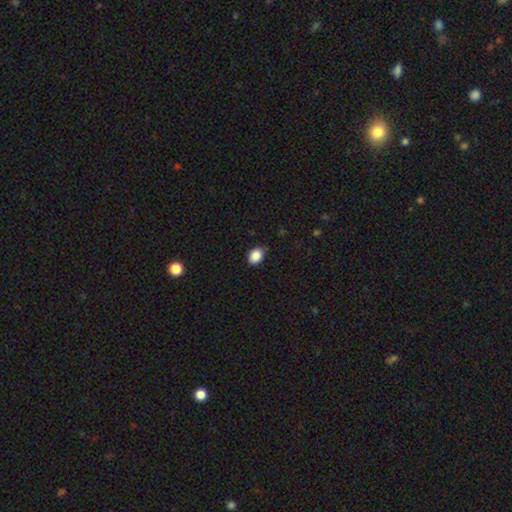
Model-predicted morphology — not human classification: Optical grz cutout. It shows a smooth galaxy with no disk features (88%) that is in between round and cigar-shaped (61%). Merging: none (87%).